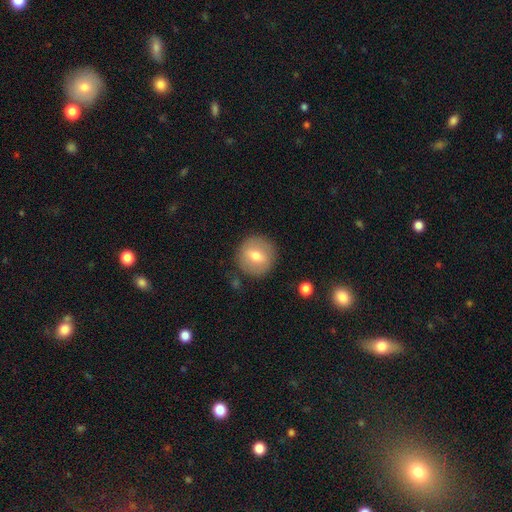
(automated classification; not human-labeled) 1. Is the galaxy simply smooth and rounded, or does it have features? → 65% smooth, 27% featured or disk, 8% star or artifact.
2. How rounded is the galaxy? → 93% round, 6% in between, 1% cigar-shaped.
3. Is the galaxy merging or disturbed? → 86% none, 9% minor disturbance, 3% major disturbance, 2% merger.